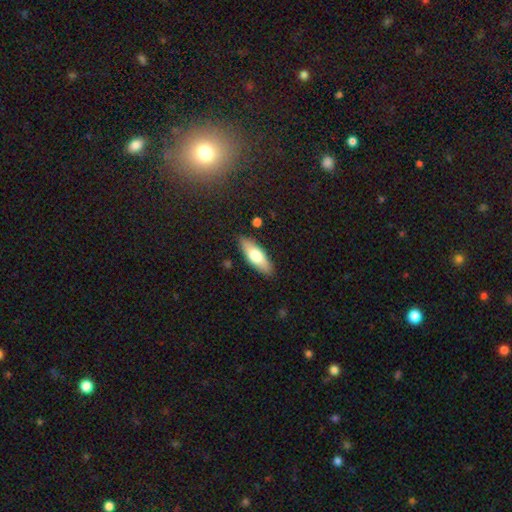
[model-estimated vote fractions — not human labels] smooth-or-featured: smooth: 70% | featured or disk: 25% | star or artifact: 6%
  how-rounded: in between: 62% | cigar-shaped: 36% | round: 2%
  merging: none: 87% | minor disturbance: 10% | major disturbance: 2% | merger: 1%